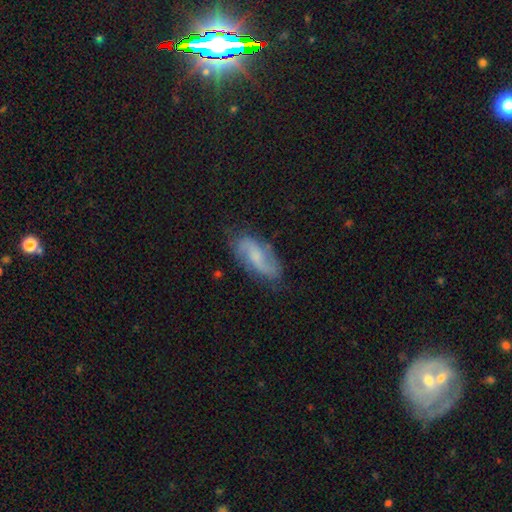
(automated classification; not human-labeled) smooth_or_featured: featured or disk (p=0.69) [alt: smooth p=0.24]
disk_edge_on: no (p=0.94) [alt: yes p=0.06]
bar: weak (p=0.46) [alt: no p=0.43]
has_spiral_arms: yes (p=0.93) [alt: no p=0.07]
spiral_winding: loose (p=0.47) [alt: medium p=0.39]
spiral_arm_count: 2 (p=0.87) [alt: can't tell p=0.07]
bulge_size: small (p=0.44) [alt: moderate p=0.27]
merging: none (p=0.75) [alt: minor disturbance p=0.18]